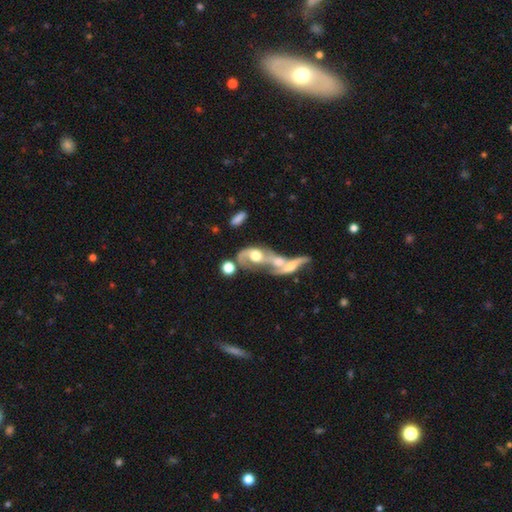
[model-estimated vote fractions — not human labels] The model was most divided on "bulge size": moderate: 57%, large: 27%, small: 9%, none: 4%, dominant: 3%. More confident: edge-on disk — no (91%); spiral arms — yes (75%); merging — merger (73%); bar — no (71%); smooth or featured — featured or disk (69%).